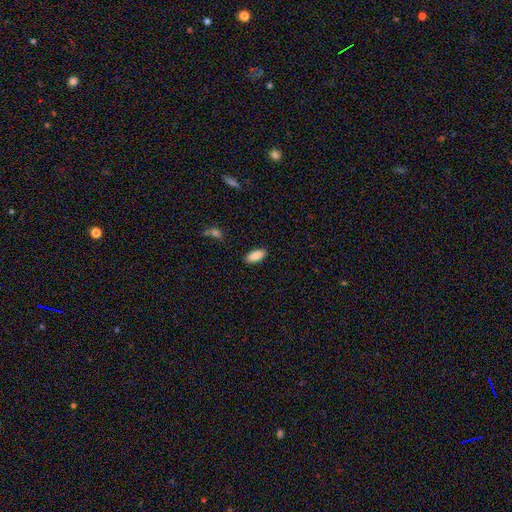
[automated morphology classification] This appears to be a smooth galaxy with no disk features (89%) that is in between round and cigar-shaped (88%). Merging: none (88%).